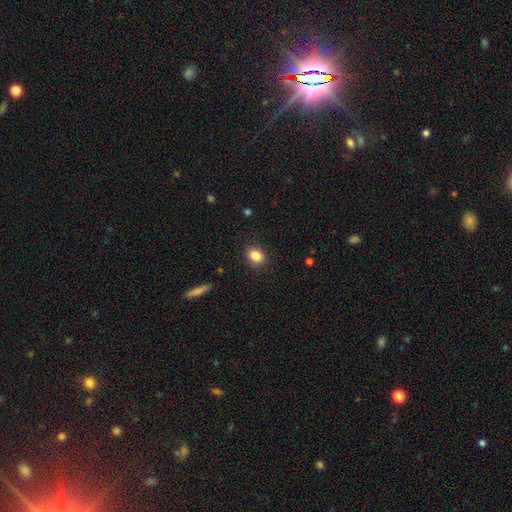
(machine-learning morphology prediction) Overall: smooth (85%). How rounded: in between (52%; round 47%). Merging: none (88%).